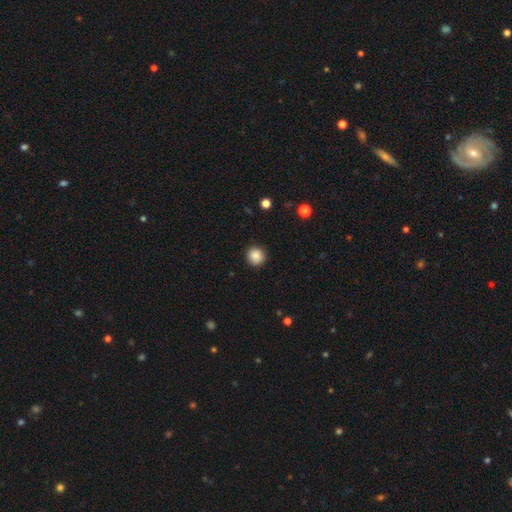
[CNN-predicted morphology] This is clearly a smooth galaxy (87%). How rounded: clearly round (93%). Merging: clearly none (90%).